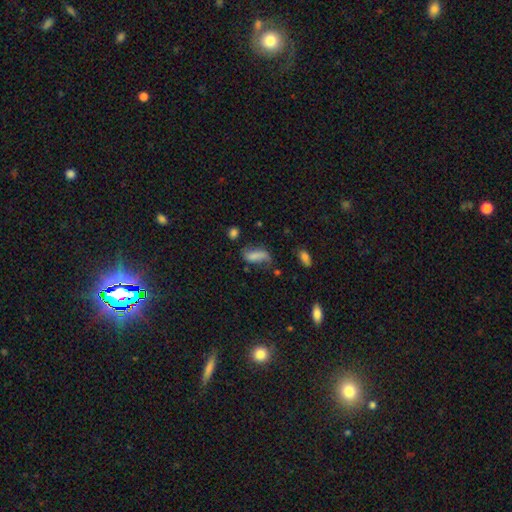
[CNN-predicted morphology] A smooth galaxy with no disk features (58%) that is in between round and cigar-shaped (77%). Merging: none (44%).